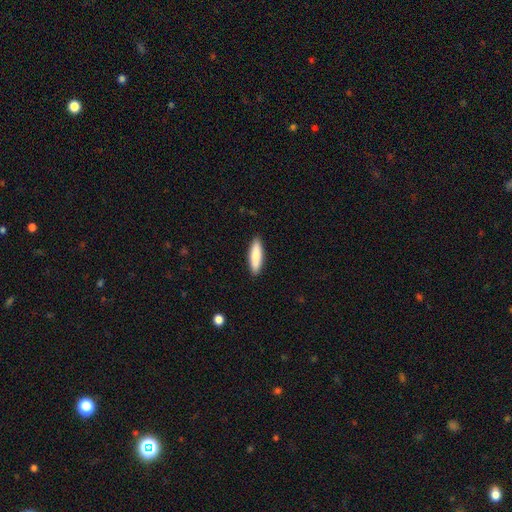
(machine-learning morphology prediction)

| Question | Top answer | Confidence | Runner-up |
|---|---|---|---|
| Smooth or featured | smooth | 82% | featured or disk (12%) |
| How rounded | cigar-shaped | 63% | in between (35%) |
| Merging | none | 90% | minor disturbance (7%) |